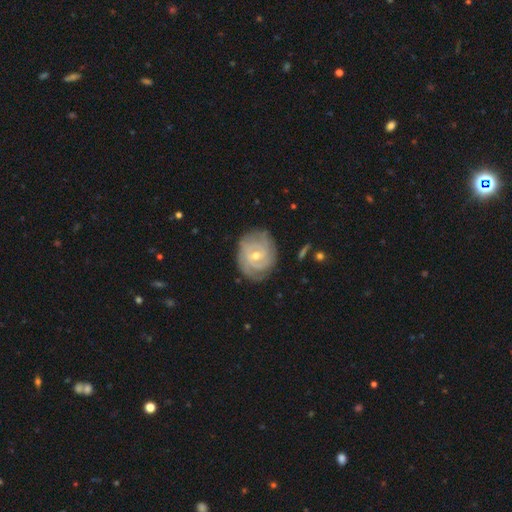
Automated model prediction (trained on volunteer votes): The model was most divided on "spiral arm count": can't tell: 28%, 3: 26%, 2: 20%, 4: 15%, more than 4: 6%, 1: 6%. Remaining: edge-on disk — no (97%); spiral arms — yes (96%); smooth or featured — featured or disk (85%); merging — none (80%); spiral winding — tight (76%); bulge size — moderate (52%); bar — weak (47%).